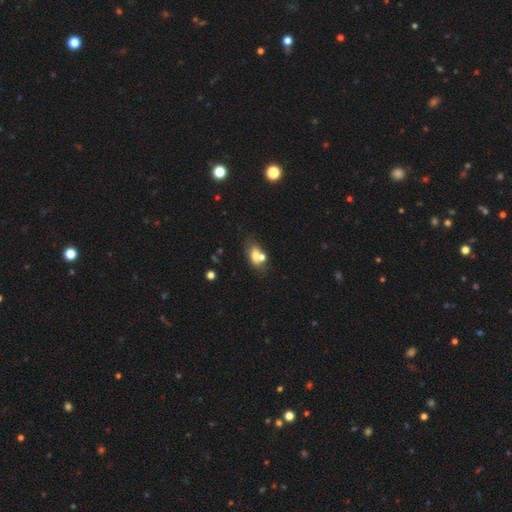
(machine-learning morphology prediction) Smooth or featured? Predicted: smooth (p=0.63). How rounded? Predicted: in between (p=0.74). Merging? Predicted: merger (p=0.44).